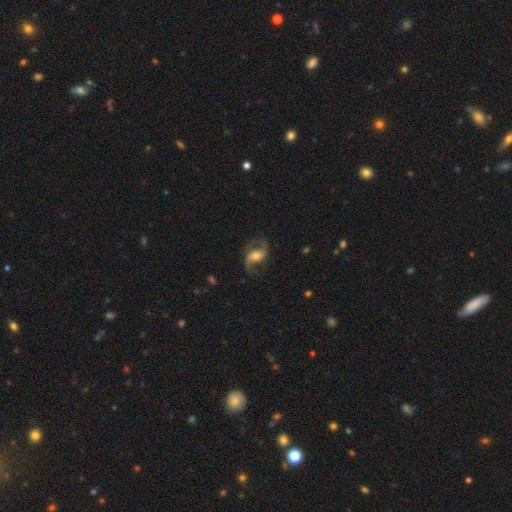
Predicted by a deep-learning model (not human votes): Smooth or featured: featured or disk — 80% (smooth — 13%)
Edge-on disk: no — 96% (yes — 4%)
Bar: weak — 40% (no — 38%)
Spiral arms: yes — 93% (no — 7%)
Spiral winding: loose — 60% (medium — 33%)
Spiral arm count: 2 — 89% (1 — 4%)
Bulge size: moderate — 59% (small — 27%)
Merging: none — 68% (minor disturbance — 17%)